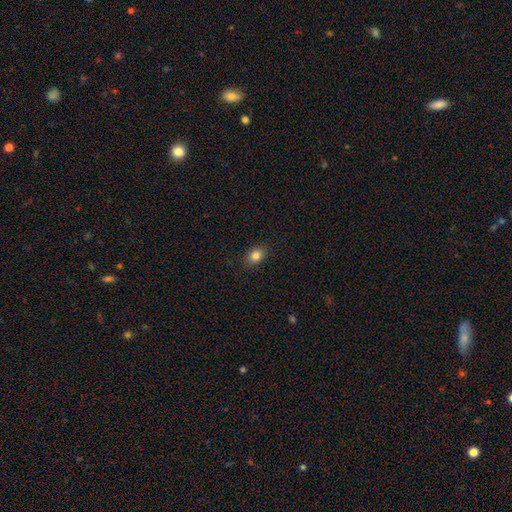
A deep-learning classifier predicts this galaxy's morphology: smooth 83%, star or artifact 11%, featured or disk 6%. Down the decision tree: how rounded — in between (63%); merging — none (88%).